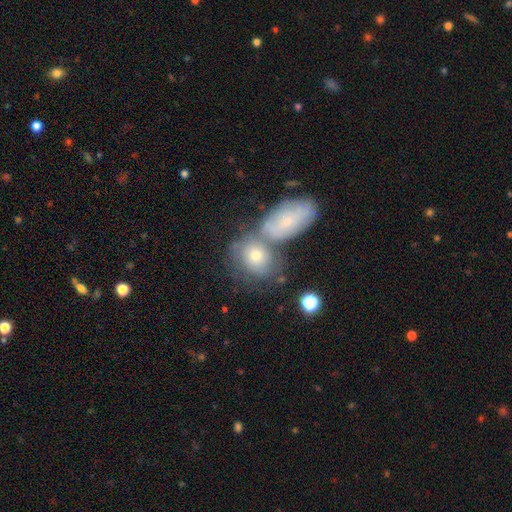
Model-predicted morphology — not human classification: A smooth galaxy with no disk features (59%) that is round (56%). Merging: merger (47%).